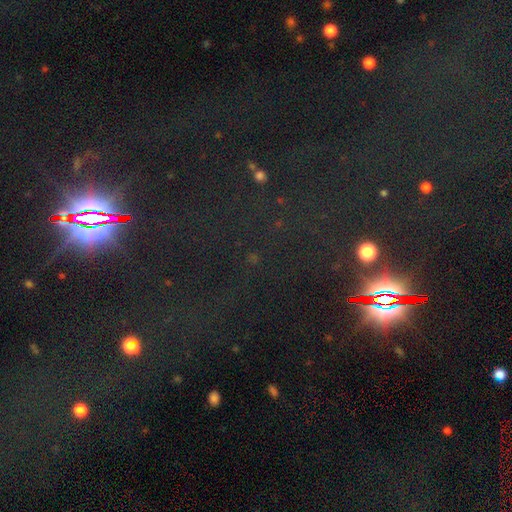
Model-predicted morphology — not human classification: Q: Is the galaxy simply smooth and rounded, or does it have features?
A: star or artifact — 78%.